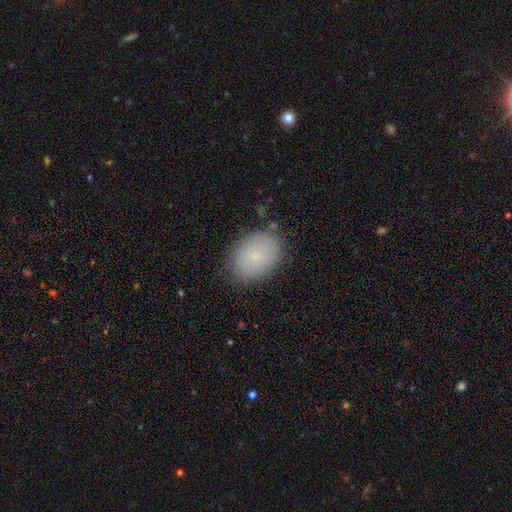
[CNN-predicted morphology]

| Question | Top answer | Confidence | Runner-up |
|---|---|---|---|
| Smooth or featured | smooth | 82% | featured or disk (10%) |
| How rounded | in between | 73% | round (26%) |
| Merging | none | 83% | minor disturbance (12%) |